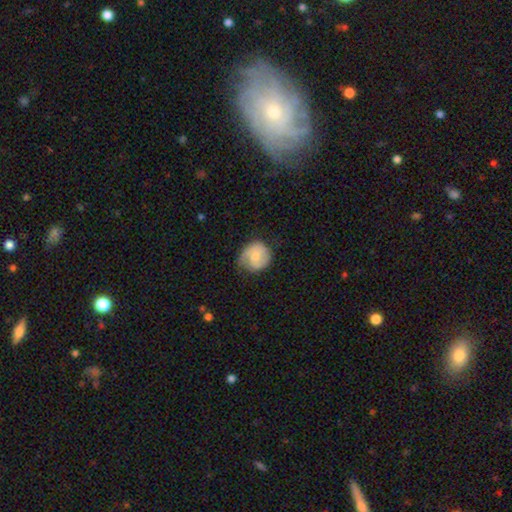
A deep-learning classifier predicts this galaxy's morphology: Smooth or featured? smooth (52%)
How rounded? round (79%)
Merging? none (59%)